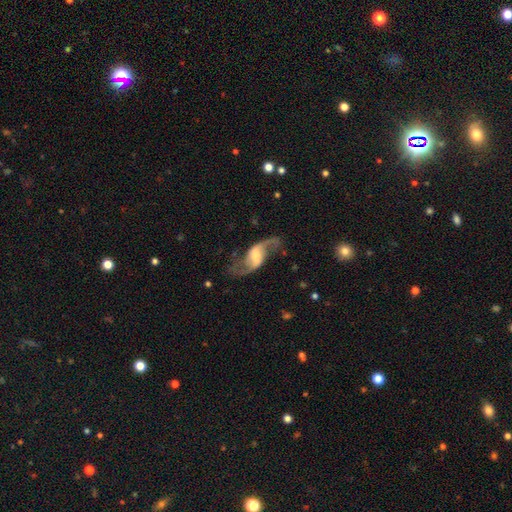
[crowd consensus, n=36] Morphology: type=featured or disk (94%); edge-on=no (97%); bar=strong (42%); spiral arms=yes (94%); winding=loose (90%); arm count=2 (94%); bulge=small (39%); merging=none (69%).